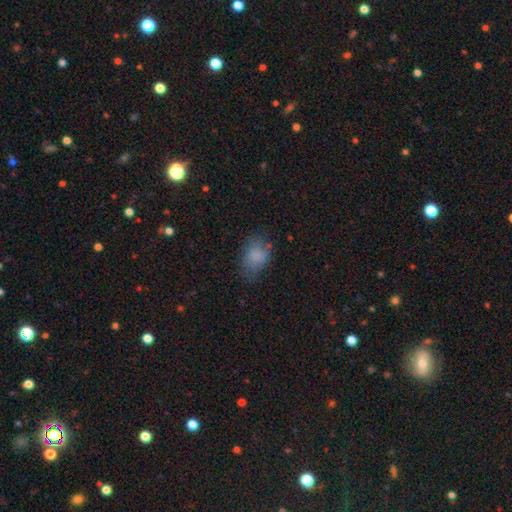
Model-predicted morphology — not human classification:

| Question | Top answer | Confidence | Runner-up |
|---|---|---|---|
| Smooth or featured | smooth | 79% | featured or disk (11%) |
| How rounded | in between | 78% | round (21%) |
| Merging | none | 56% | minor disturbance (28%) |